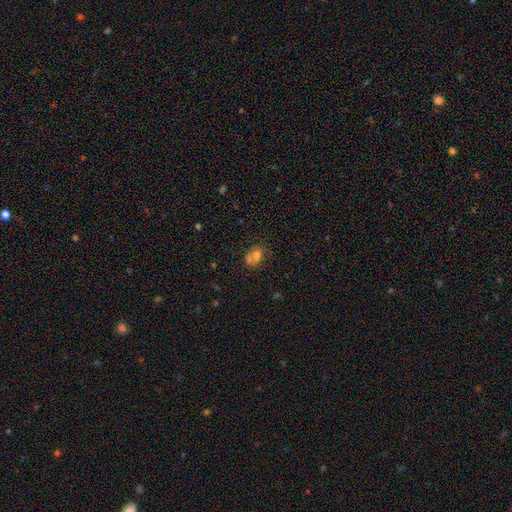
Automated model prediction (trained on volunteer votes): A smooth galaxy with no disk features (60%) that is in between round and cigar-shaped (60%).

Vote fractions:
- Smooth or featured? smooth: 60% / featured or disk: 27% / star or artifact: 13%
- How rounded? in between: 60% / round: 39% / cigar-shaped: 1%
- Merging? none: 39% / merger: 33% / minor disturbance: 18% / major disturbance: 10%